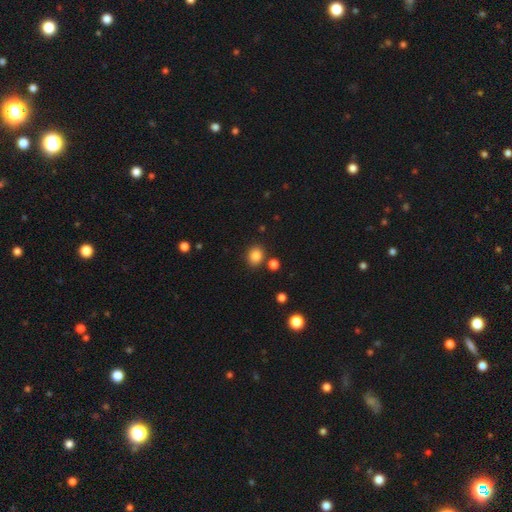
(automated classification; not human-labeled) A smooth galaxy with no disk features (84%) that is round (64%). Merging: none (82%).